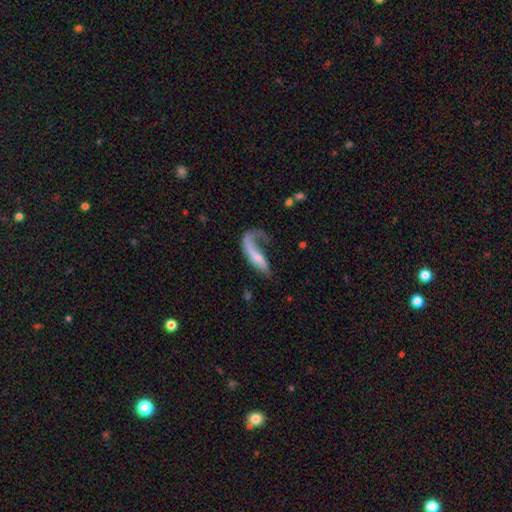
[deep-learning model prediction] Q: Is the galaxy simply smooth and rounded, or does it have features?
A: featured or disk — 51%.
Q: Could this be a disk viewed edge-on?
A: no — 83%.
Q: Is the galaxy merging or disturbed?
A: major disturbance — 56%.